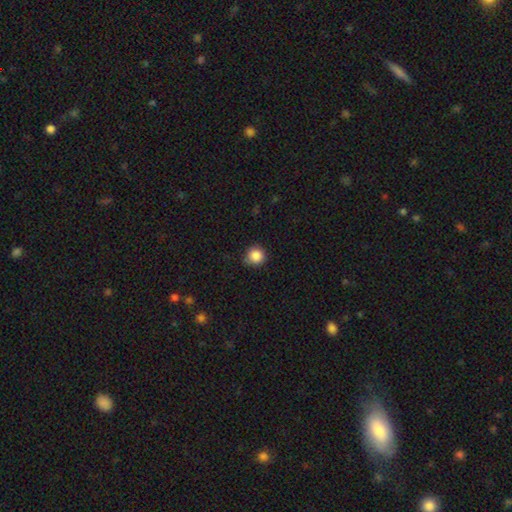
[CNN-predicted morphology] Smooth or featured? smooth (87%)
How rounded? round (93%)
Merging? none (80%)